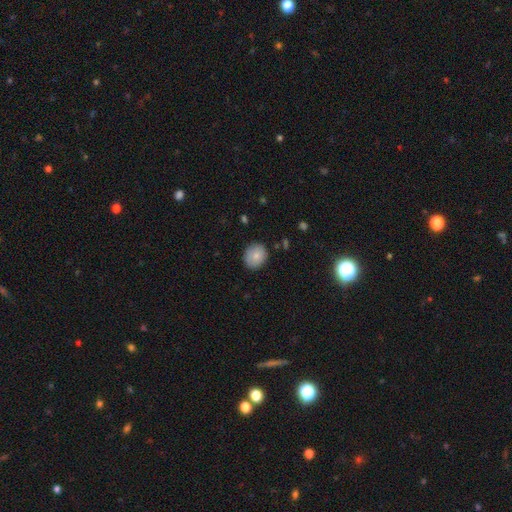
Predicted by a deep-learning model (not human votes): The model was most divided on "how rounded": round: 66%, in between: 33%, cigar-shaped: 1%. More confident: merging — none (83%); smooth or featured — smooth (80%).